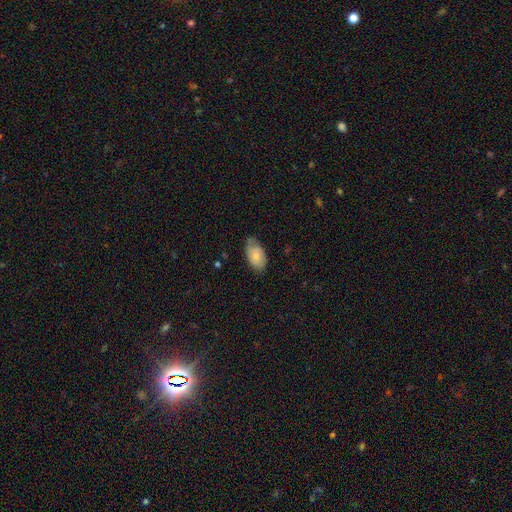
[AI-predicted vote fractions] Smooth or featured?
  - smooth: 72% *
  - featured or disk: 21%
  - star or artifact: 7%
How rounded?
  - in between: 93% *
  - round: 5%
  - cigar-shaped: 2%
Merging?
  - none: 61% *
  - minor disturbance: 31%
  - major disturbance: 6%
  - merger: 2%